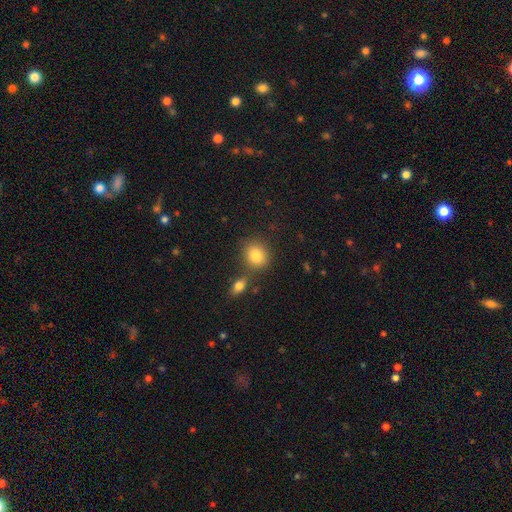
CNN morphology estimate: Smooth or featured: smooth — 83% (star or artifact — 9%)
How rounded: round — 69% (in between — 30%)
Merging: none — 70% (merger — 15%)